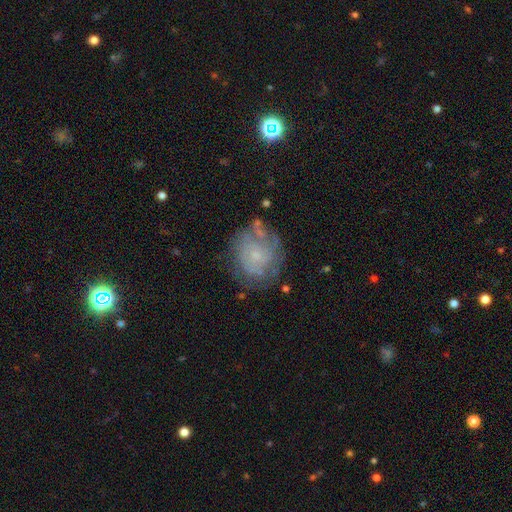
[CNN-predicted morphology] This is likely a featured or disk galaxy (60%). It is clearly not viewed edge-on (98%). Bar: clearly no (83%). Spiral arm pattern: likely yes (67%). Central bulge: likely small (71%). Merging: possibly none (59%).